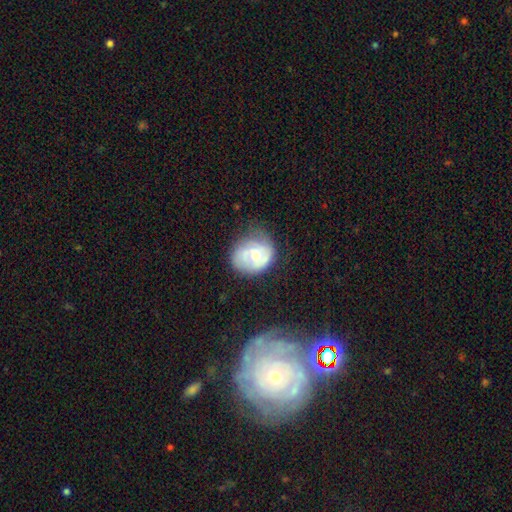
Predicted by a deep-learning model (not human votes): Smooth or featured? featured or disk (63%)
Edge-on disk? no (98%)
Bar? no (69%)
Spiral arms? yes (78%)
Bulge size? moderate (52%)
Merging? none (53%)